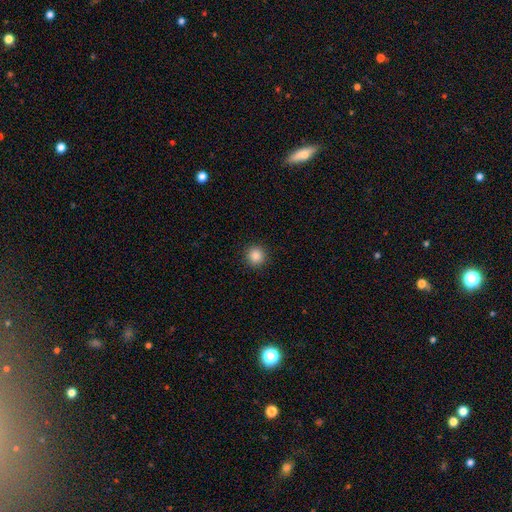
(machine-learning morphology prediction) type=smooth (87%); roundness=round (94%); merging=none (92%).